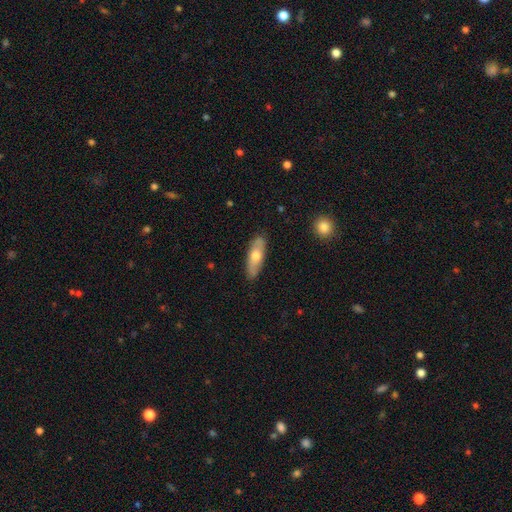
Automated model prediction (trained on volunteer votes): smooth-or-featured: smooth: 56% | featured or disk: 38% | star or artifact: 6%
  how-rounded: in between: 60% | cigar-shaped: 38% | round: 3%
  merging: none: 84% | minor disturbance: 12% | major disturbance: 2% | merger: 1%